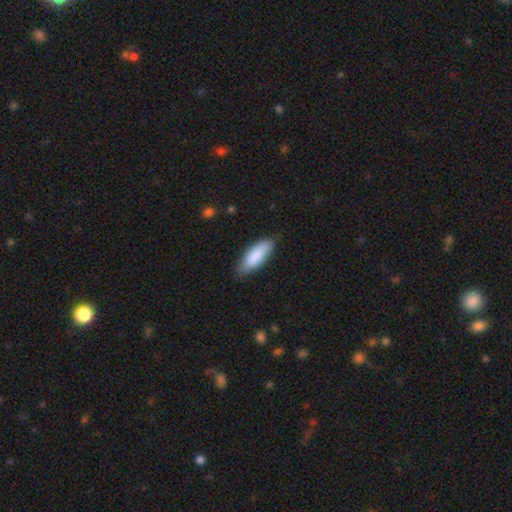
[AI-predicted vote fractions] Smooth or featured? Predicted: smooth (p=0.86). How rounded? Predicted: in between (p=0.65). Merging? Predicted: none (p=0.80).